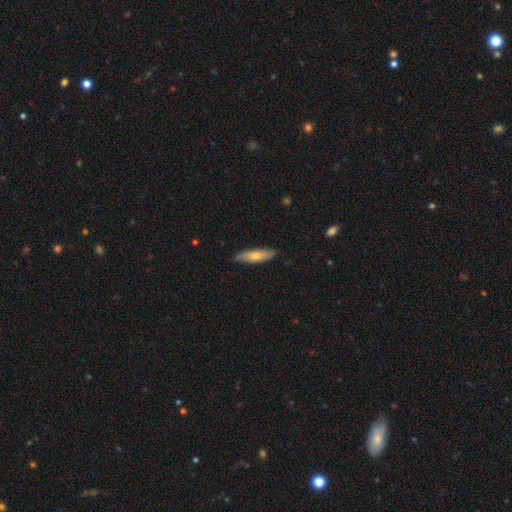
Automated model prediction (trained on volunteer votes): Smooth or featured: smooth — 65% (featured or disk — 30%)
How rounded: cigar-shaped — 66% (in between — 32%)
Merging: none — 83% (minor disturbance — 14%)